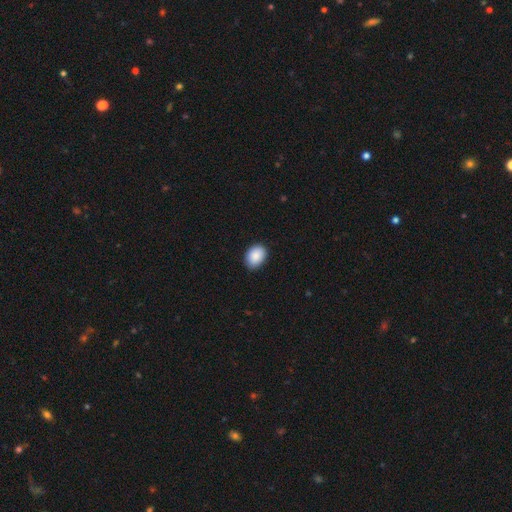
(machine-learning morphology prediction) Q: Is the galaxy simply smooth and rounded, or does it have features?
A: smooth — 90%.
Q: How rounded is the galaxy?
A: in between — 75%.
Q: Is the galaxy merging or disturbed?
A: none — 87%.